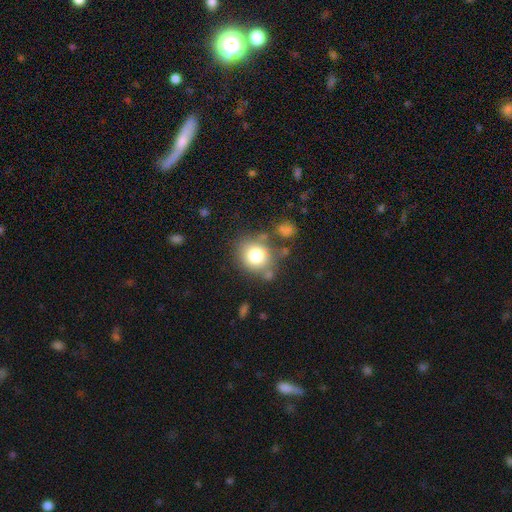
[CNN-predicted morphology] The model was most divided on "how rounded": round: 75%, in between: 24%, cigar-shaped: 1%. More confident: smooth or featured — smooth (78%); merging — none (69%).